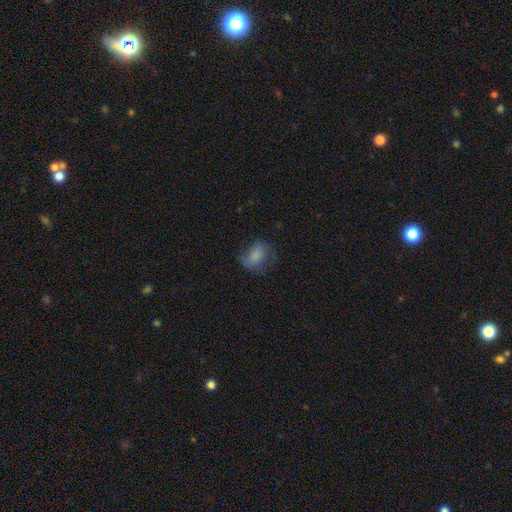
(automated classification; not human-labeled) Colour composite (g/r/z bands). It shows a smooth galaxy with no disk features (72%) that is in between round and cigar-shaped (66%). Merging: none (52%).